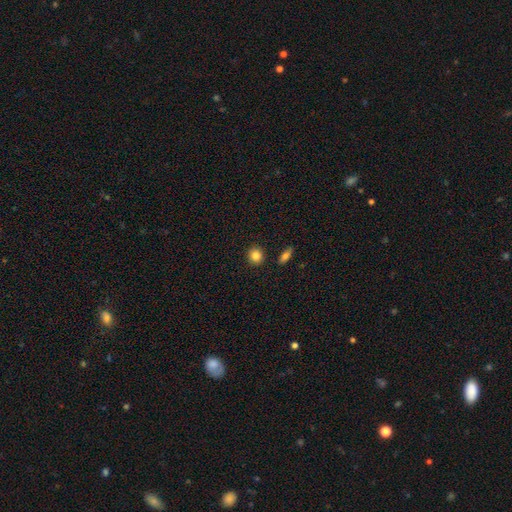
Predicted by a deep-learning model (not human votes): smooth 85%, star or artifact 10%, featured or disk 5%. Down the decision tree: how rounded — round (83%); merging — none (88%).